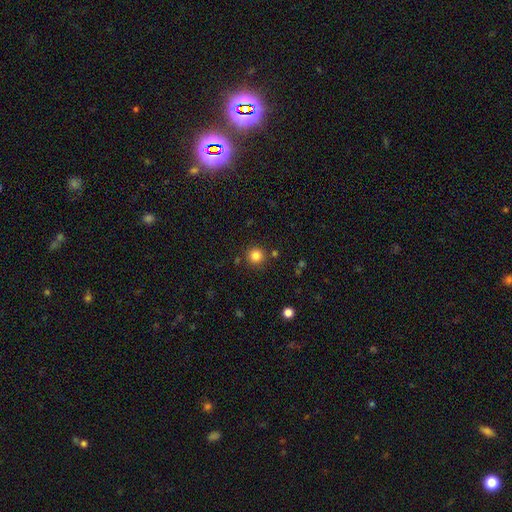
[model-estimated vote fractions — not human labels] Smooth or featured: smooth — 83% (star or artifact — 12%)
How rounded: round — 95% (in between — 4%)
Merging: none — 87% (minor disturbance — 7%)